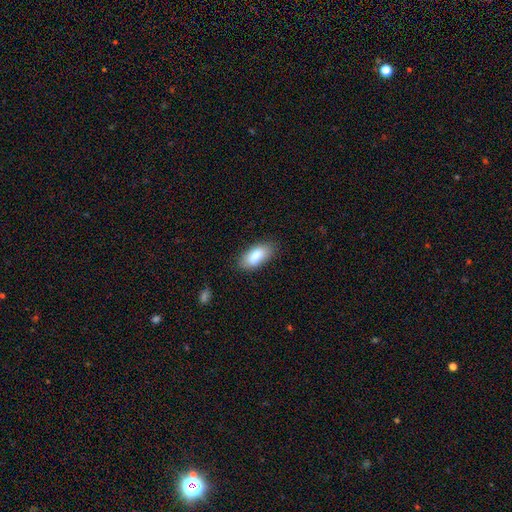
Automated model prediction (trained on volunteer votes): This is clearly a smooth galaxy (84%). How rounded: clearly in between (90%). Merging: clearly none (84%).